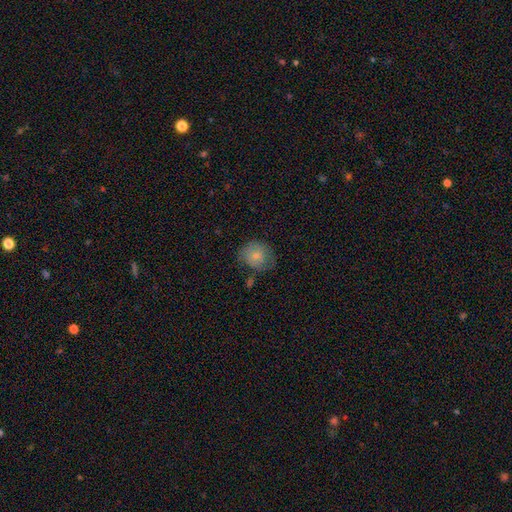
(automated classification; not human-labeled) This appears to be a smooth galaxy with no disk features (76%) that is round (76%). Merging: none (57%).